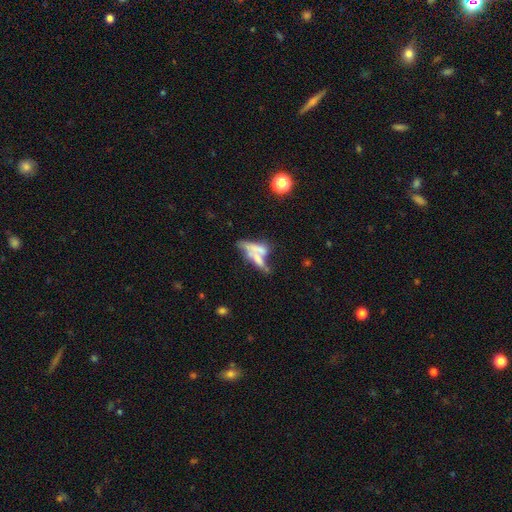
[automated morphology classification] smooth_or_featured: smooth (p=0.50) [alt: featured or disk p=0.37]
merging: merger (p=0.58) [alt: none p=0.22]